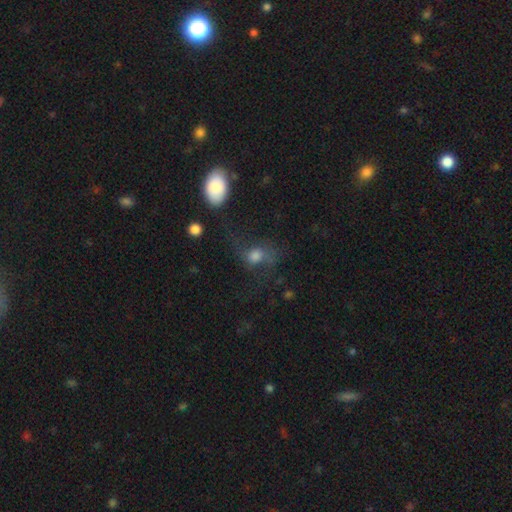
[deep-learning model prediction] Smooth or featured? smooth (50%)
How rounded? in between (51%)
Merging? none (44%)